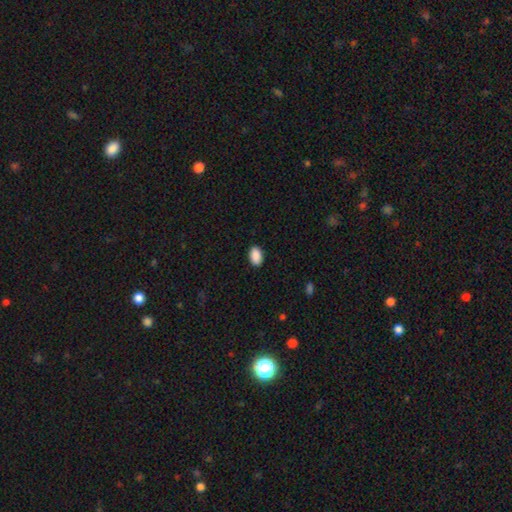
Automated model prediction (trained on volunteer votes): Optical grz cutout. It shows a smooth galaxy with no disk features (91%) that is in between round and cigar-shaped (92%). Merging: none (89%).